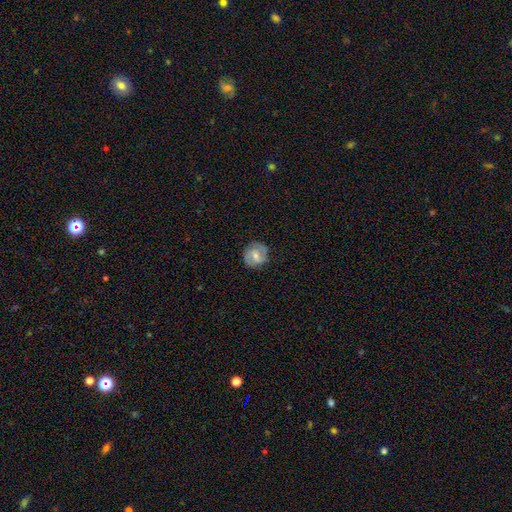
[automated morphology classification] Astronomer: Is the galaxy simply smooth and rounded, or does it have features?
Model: featured or disk — 58% (runner-up: smooth, 35%).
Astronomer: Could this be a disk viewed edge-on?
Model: no — 97%.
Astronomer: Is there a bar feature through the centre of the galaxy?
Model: weak — 47% (runner-up: no, 38%).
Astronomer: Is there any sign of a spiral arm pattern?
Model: yes — 82%.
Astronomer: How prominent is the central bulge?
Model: moderate — 61%.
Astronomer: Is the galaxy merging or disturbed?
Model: none — 83%.